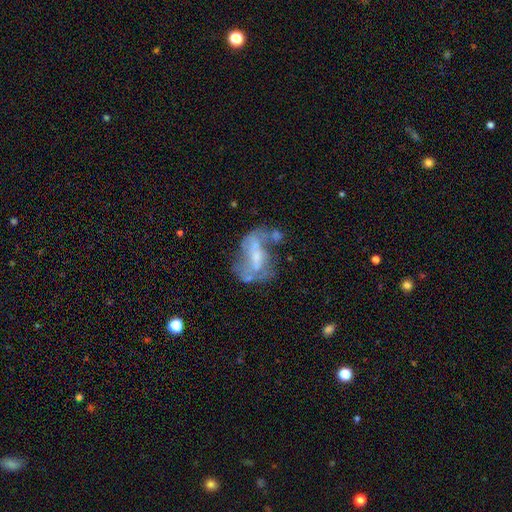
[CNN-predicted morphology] smooth_or_featured: featured or disk (p=0.67) [alt: smooth p=0.22]
disk_edge_on: no (p=0.95) [alt: yes p=0.05]
bar: no (p=0.38) [alt: weak p=0.37]
has_spiral_arms: no (p=0.53) [alt: yes p=0.47]
bulge_size: small (p=0.41) [alt: moderate p=0.30]
merging: none (p=0.32) [alt: major disturbance p=0.29]